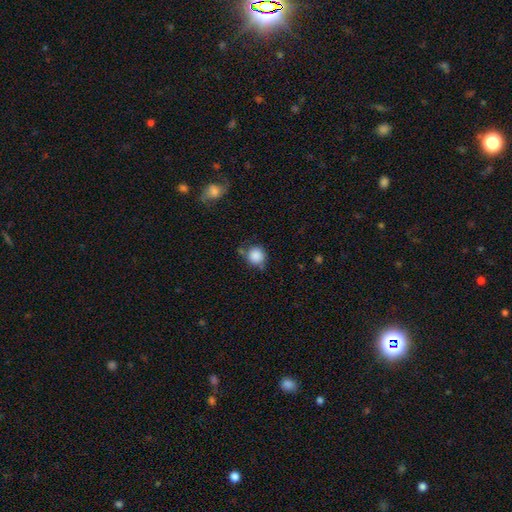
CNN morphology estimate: smooth 86%, star or artifact 9%, featured or disk 5%. Down the decision tree: how rounded — round (87%); merging — none (62%).